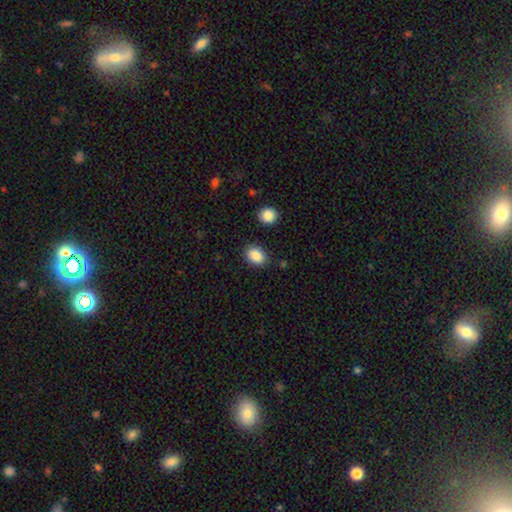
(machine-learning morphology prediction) smooth_or_featured: smooth (p=0.88) [alt: star or artifact p=0.08]
how_rounded: in between (p=0.75) [alt: round p=0.24]
merging: none (p=0.85) [alt: minor disturbance p=0.10]